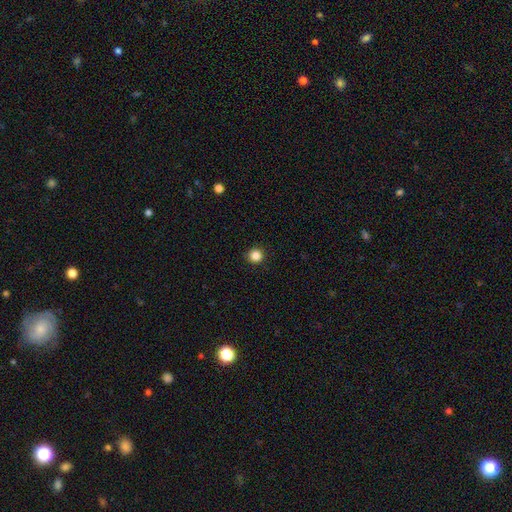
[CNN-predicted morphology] This appears to be a smooth galaxy with no disk features (86%) that is round (94%). Merging: none (93%).